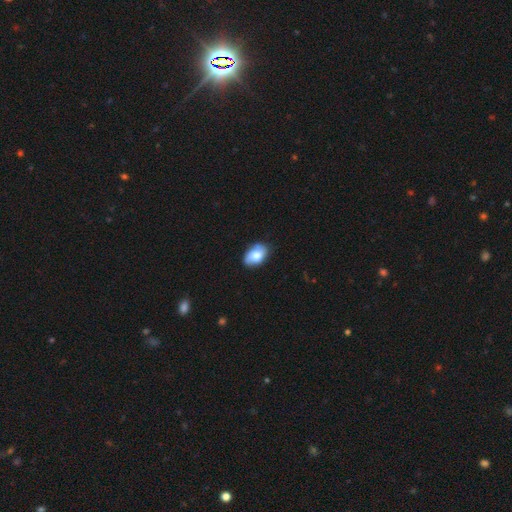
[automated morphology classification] Overall: smooth (71%). How rounded: in between (89%). Merging: none (75%).